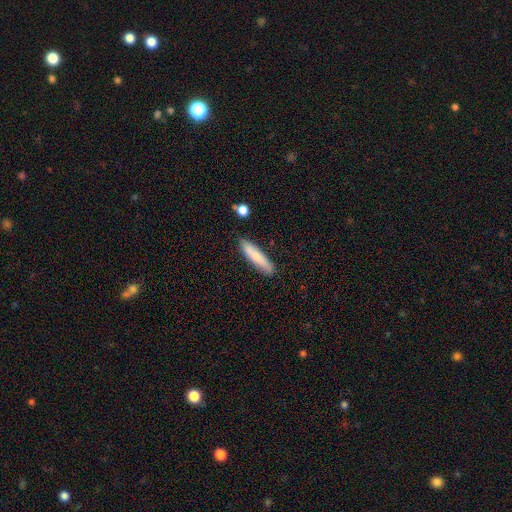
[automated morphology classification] Smooth or featured?
  - smooth: 74% *
  - featured or disk: 20%
  - star or artifact: 6%
How rounded?
  - cigar-shaped: 82% *
  - in between: 16%
  - round: 2%
Merging?
  - none: 83% *
  - minor disturbance: 12%
  - merger: 3%
  - major disturbance: 2%